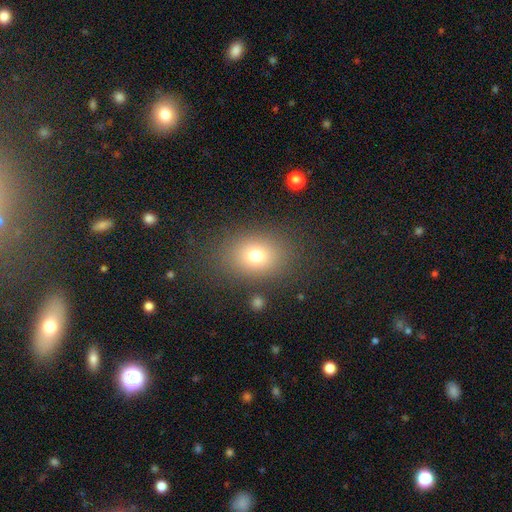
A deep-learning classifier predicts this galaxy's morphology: Overall: smooth (75%). How rounded: in between (58%; round 41%). Merging: none (82%).